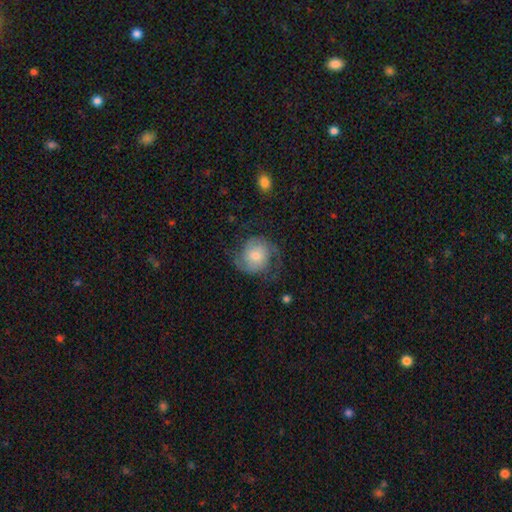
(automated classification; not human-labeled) smooth_or_featured: featured or disk (p=0.71) [alt: smooth p=0.22]
disk_edge_on: no (p=0.98) [alt: yes p=0.02]
bar: no (p=0.71) [alt: weak p=0.24]
has_spiral_arms: yes (p=0.94) [alt: no p=0.06]
spiral_winding: medium (p=0.46) [alt: loose p=0.29]
spiral_arm_count: 2 (p=0.85) [alt: can't tell p=0.06]
bulge_size: moderate (p=0.45) [alt: small p=0.44]
merging: none (p=0.68) [alt: minor disturbance p=0.17]